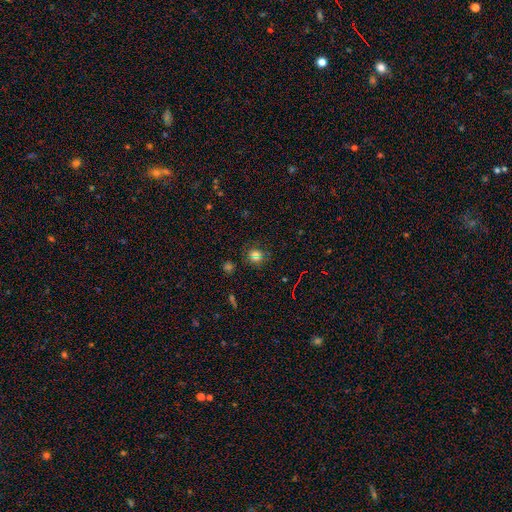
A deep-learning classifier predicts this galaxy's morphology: type=smooth (65%); roundness=round (84%); merging=none (76%).